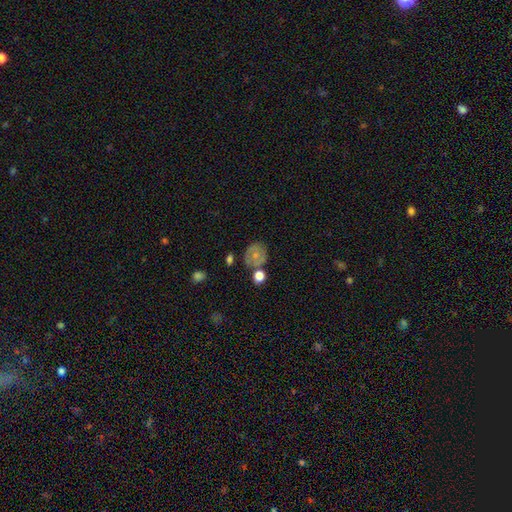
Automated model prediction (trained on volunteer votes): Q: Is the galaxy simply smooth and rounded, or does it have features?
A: smooth — 55%.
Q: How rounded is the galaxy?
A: round — 73%.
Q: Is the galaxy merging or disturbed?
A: none — 61%.